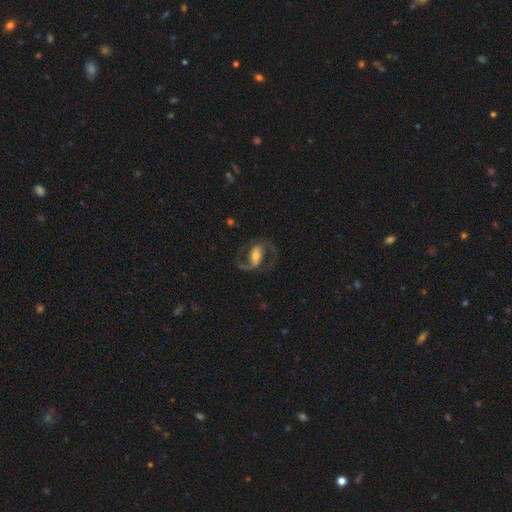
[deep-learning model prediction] smooth_or_featured: featured or disk (p=0.85) [alt: smooth p=0.10]
disk_edge_on: no (p=0.96) [alt: yes p=0.04]
bar: strong (p=0.43) [alt: weak p=0.36]
has_spiral_arms: yes (p=0.94) [alt: no p=0.06]
spiral_winding: medium (p=0.55) [alt: loose p=0.34]
spiral_arm_count: 2 (p=0.91) [alt: 1 p=0.04]
bulge_size: moderate (p=0.59) [alt: small p=0.28]
merging: none (p=0.72) [alt: major disturbance p=0.14]